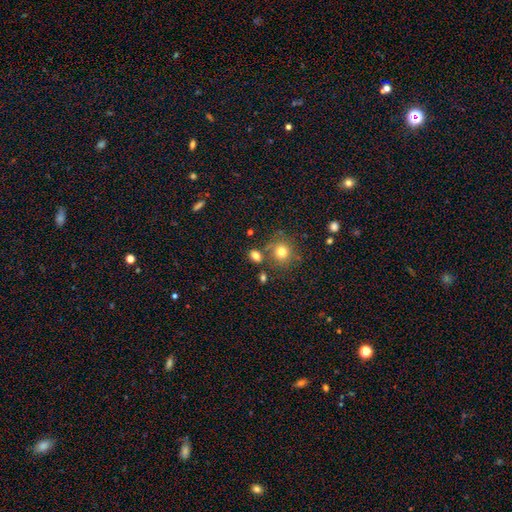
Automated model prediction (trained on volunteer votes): Smooth or featured?
  - smooth: 79% *
  - star or artifact: 13%
  - featured or disk: 8%
How rounded?
  - in between: 65% *
  - round: 33%
  - cigar-shaped: 2%
Merging?
  - none: 66% *
  - merger: 16%
  - minor disturbance: 13%
  - major disturbance: 5%